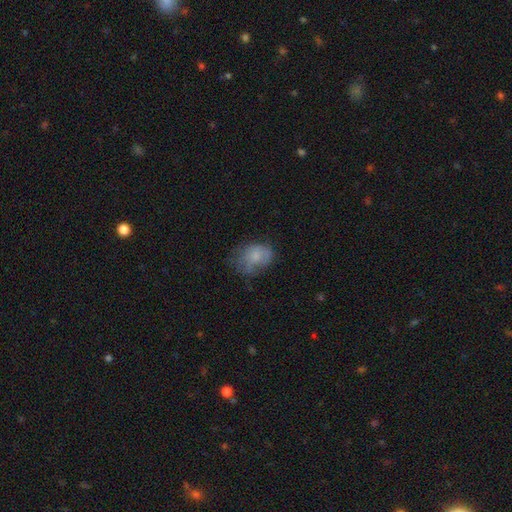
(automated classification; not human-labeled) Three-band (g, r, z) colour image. It shows a smooth galaxy with no disk features (67%) that is in between round and cigar-shaped (65%). Merging: none (45%).